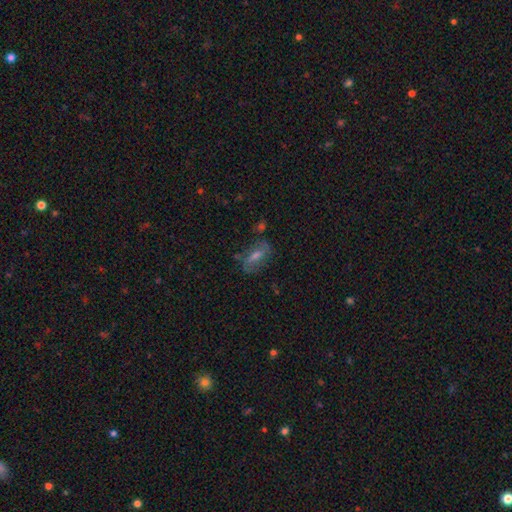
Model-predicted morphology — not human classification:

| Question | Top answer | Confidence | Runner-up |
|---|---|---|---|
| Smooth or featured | featured or disk | 50% | smooth (35%) |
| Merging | none | 68% | minor disturbance (19%) |